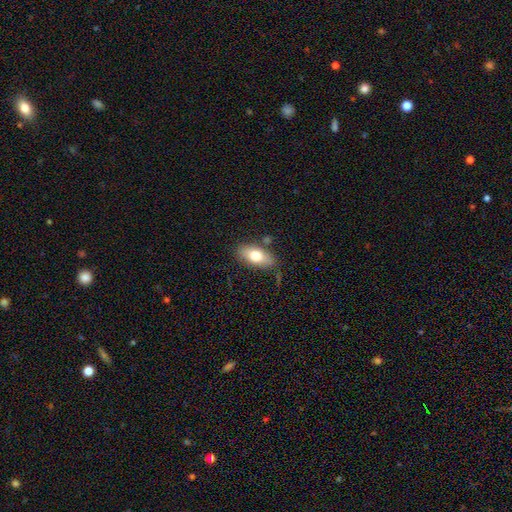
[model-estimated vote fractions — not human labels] Q: Smooth or featured?
A: smooth (72%); runner-up: featured or disk (21%)
Q: How rounded?
A: in between (88%); runner-up: cigar-shaped (7%)
Q: Merging?
A: none (76%); runner-up: minor disturbance (15%)